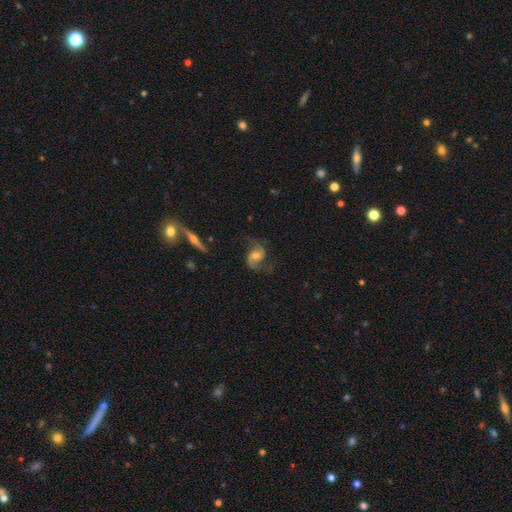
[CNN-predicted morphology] This is clearly a featured or disk galaxy (85%). It is clearly not viewed edge-on (97%). Bar: possibly no (54%). Spiral arm pattern: clearly yes (96%). Spiral arm count: clearly 2 (92%). Spiral winding: possibly loose (54%). Central bulge: possibly moderate (55%). Merging: likely none (73%).